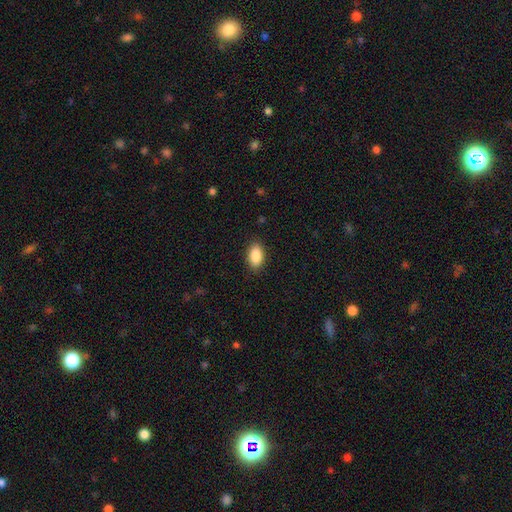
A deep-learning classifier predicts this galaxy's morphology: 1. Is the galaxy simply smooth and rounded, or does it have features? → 89% smooth, 7% star or artifact, 4% featured or disk.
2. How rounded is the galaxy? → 92% in between, 5% round, 2% cigar-shaped.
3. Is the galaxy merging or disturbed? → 88% none, 9% minor disturbance, 2% major disturbance, 1% merger.